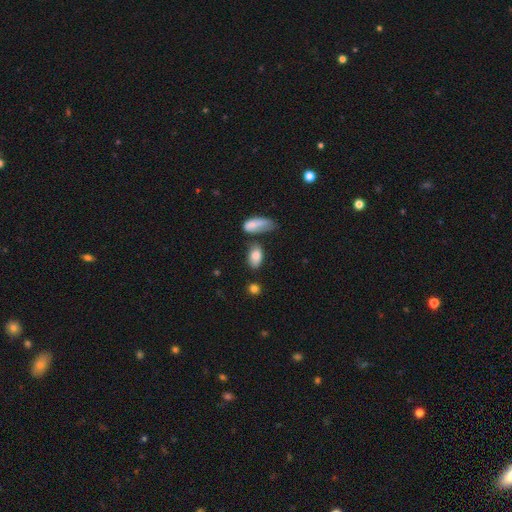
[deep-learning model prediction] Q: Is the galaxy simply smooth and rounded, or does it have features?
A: smooth — 80%.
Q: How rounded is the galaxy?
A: in between — 89%.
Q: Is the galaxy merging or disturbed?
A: none — 61%.